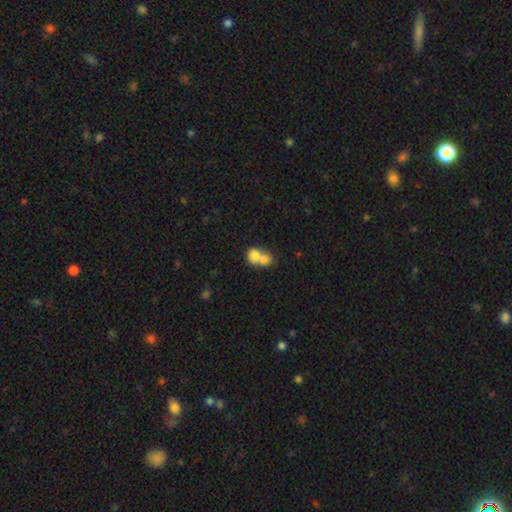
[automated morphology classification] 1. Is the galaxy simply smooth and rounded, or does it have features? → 75% smooth, 16% featured or disk, 9% star or artifact.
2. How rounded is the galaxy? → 60% round, 39% in between, 1% cigar-shaped.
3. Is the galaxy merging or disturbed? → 72% merger, 20% none, 5% minor disturbance, 3% major disturbance.